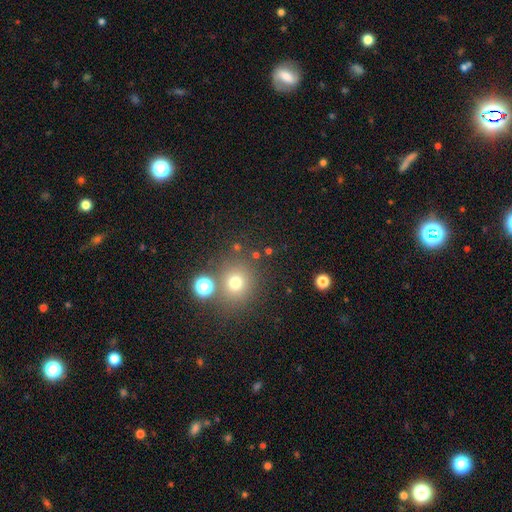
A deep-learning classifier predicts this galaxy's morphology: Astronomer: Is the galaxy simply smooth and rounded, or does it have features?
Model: smooth — 63%.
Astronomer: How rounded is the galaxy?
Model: round — 87%.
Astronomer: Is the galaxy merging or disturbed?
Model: none — 77%.